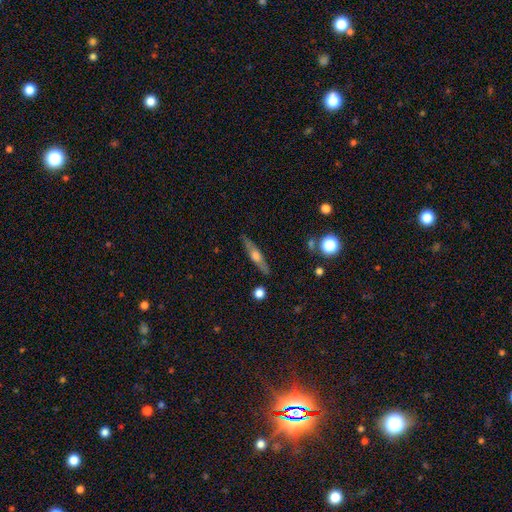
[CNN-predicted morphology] Smooth or featured? Predicted: featured or disk (p=0.60). Edge-on disk? Predicted: yes (p=0.94). Edge-on bulge? Predicted: rounded (p=0.88). Merging? Predicted: none (p=0.88).